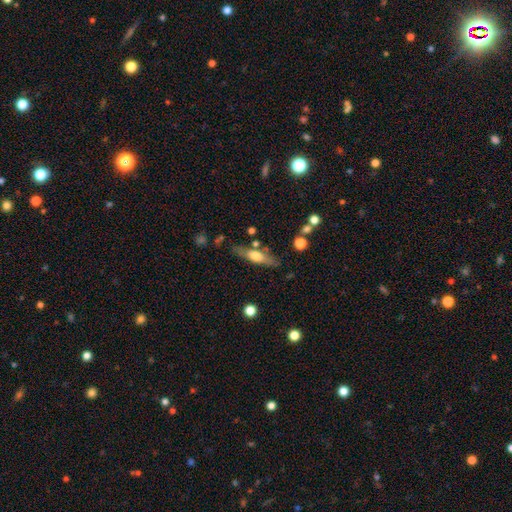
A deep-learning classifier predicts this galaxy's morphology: Smooth or featured? smooth (50%)
Merging? none (76%)